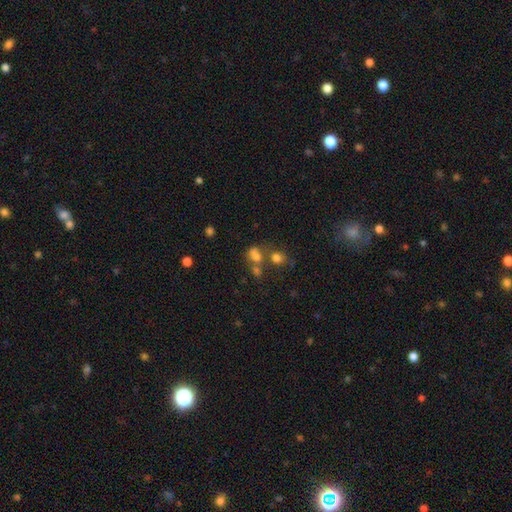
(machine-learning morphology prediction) Q: Smooth or featured?
A: smooth (64%); runner-up: star or artifact (20%)
Q: How rounded?
A: round (52%); runner-up: in between (46%)
Q: Merging?
A: merger (46%); runner-up: none (35%)